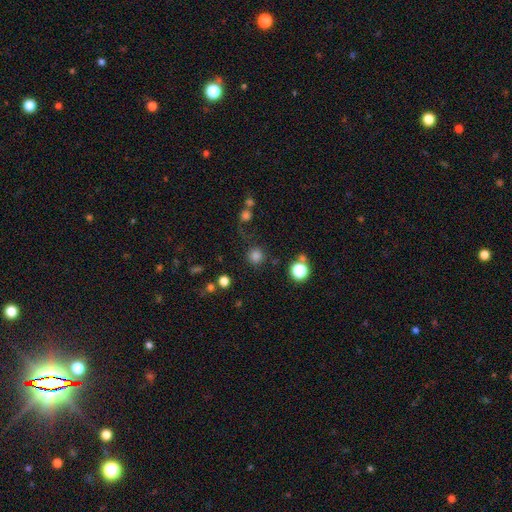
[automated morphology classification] The model was most divided on "smooth or featured": smooth: 80%, star or artifact: 16%, featured or disk: 5%. More confident: how rounded — round (95%); merging — none (81%).